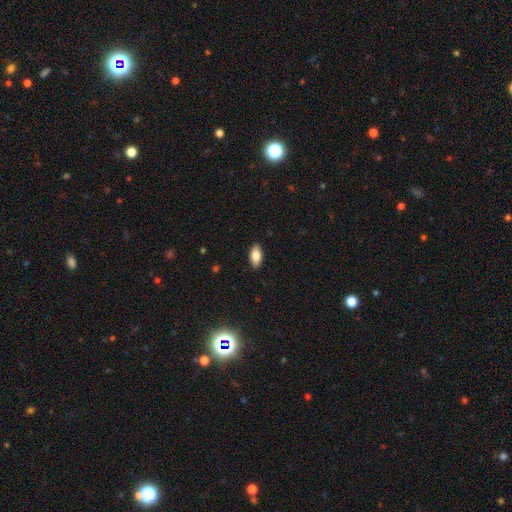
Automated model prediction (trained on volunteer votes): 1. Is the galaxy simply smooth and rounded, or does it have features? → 82% smooth, 11% featured or disk, 7% star or artifact.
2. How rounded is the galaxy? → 90% in between, 7% cigar-shaped, 3% round.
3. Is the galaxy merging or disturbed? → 89% none, 8% minor disturbance, 2% major disturbance, 1% merger.